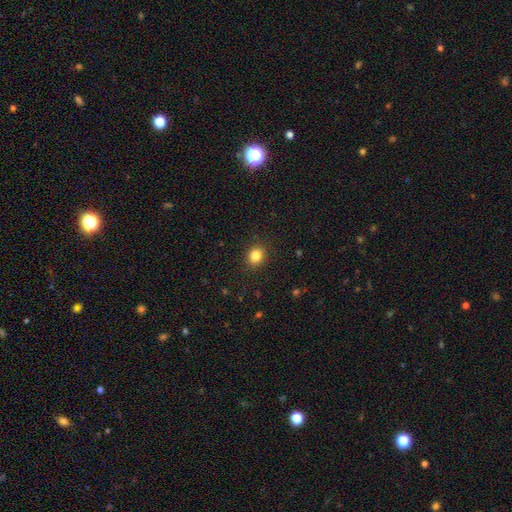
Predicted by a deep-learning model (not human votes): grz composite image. It shows a smooth galaxy with no disk features (84%) that is round (67%). Merging: none (89%).